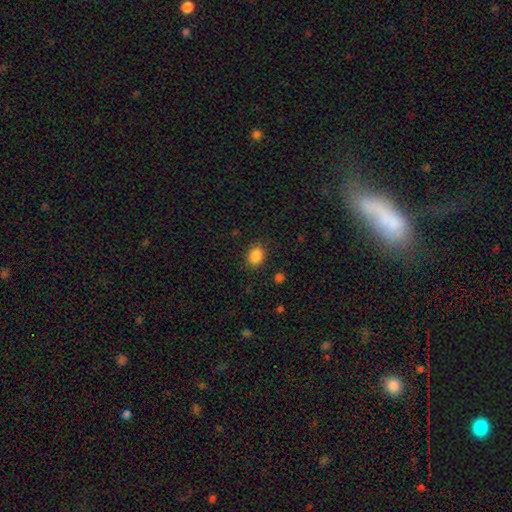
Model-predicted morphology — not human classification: Smooth or featured? smooth (87%)
How rounded? in between (55%)
Merging? none (86%)